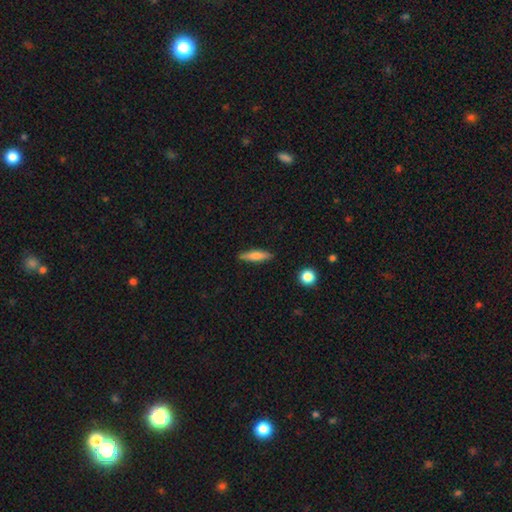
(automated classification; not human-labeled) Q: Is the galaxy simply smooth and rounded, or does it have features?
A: smooth — 67%.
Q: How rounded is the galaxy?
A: cigar-shaped — 74%.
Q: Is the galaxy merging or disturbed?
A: none — 87%.